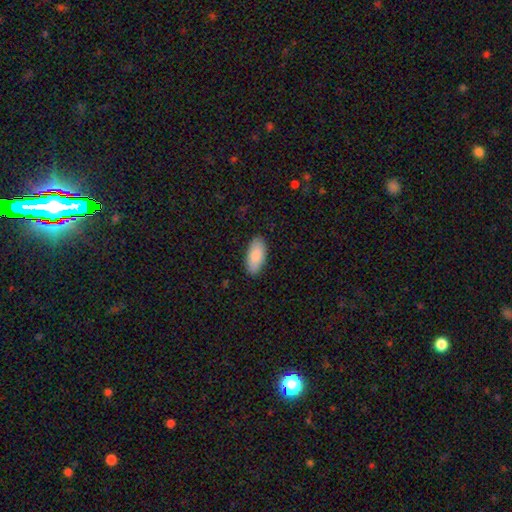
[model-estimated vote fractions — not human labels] The model was most divided on "merging": none: 88%, minor disturbance: 9%, major disturbance: 2%, merger: 1%. More confident: how rounded — in between (92%); smooth or featured — smooth (87%).